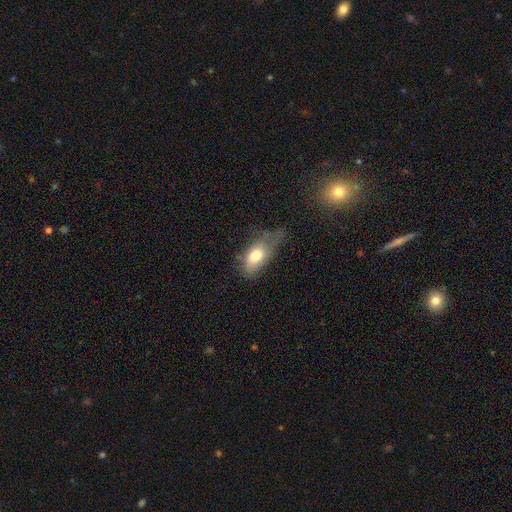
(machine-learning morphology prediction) smooth-or-featured: smooth: 73% | featured or disk: 19% | star or artifact: 8%
  how-rounded: in between: 88% | round: 8% | cigar-shaped: 5%
  merging: minor disturbance: 37% | none: 32% | major disturbance: 27% | merger: 3%